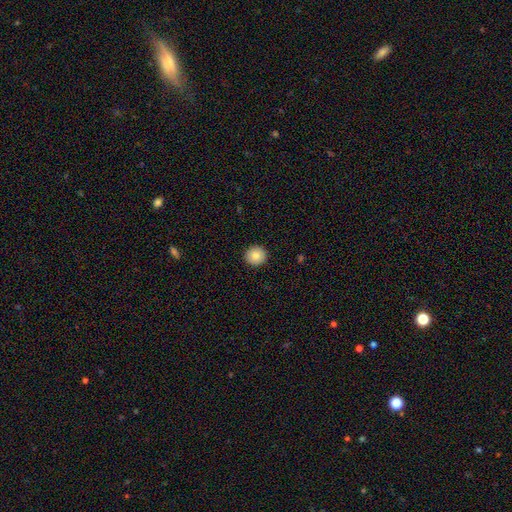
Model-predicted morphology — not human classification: Smooth or featured: smooth — 83% (star or artifact — 8%)
How rounded: round — 95% (in between — 5%)
Merging: none — 93% (minor disturbance — 5%)